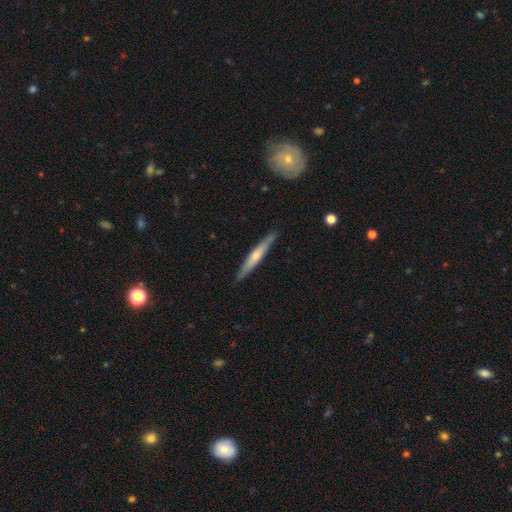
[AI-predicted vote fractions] This is possibly a smooth galaxy (49%). Merging: clearly none (90%).